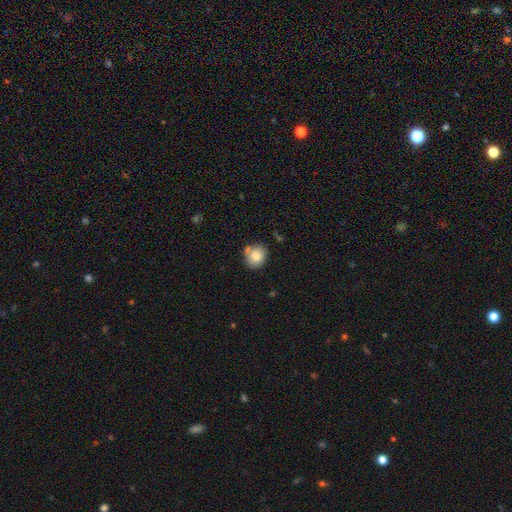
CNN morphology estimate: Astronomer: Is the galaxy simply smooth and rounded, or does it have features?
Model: smooth — 79%.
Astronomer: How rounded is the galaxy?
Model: round — 80%.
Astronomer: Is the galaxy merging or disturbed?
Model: none — 69%.